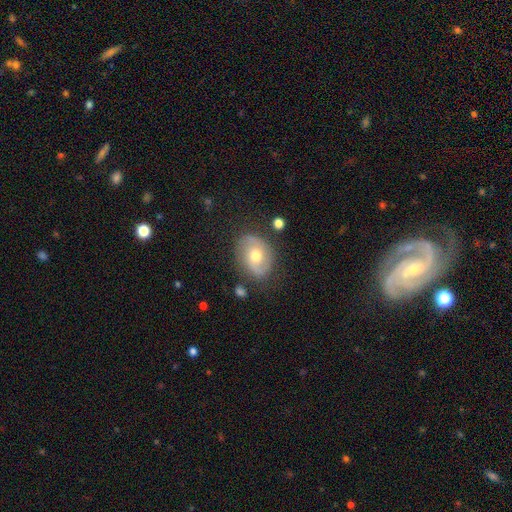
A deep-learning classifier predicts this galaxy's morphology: This is possibly a featured or disk galaxy (60%). It is clearly not viewed edge-on (96%). Bar: possibly no (60%). Spiral arm pattern: likely yes (72%). Central bulge: likely moderate (77%). Merging: likely none (77%).